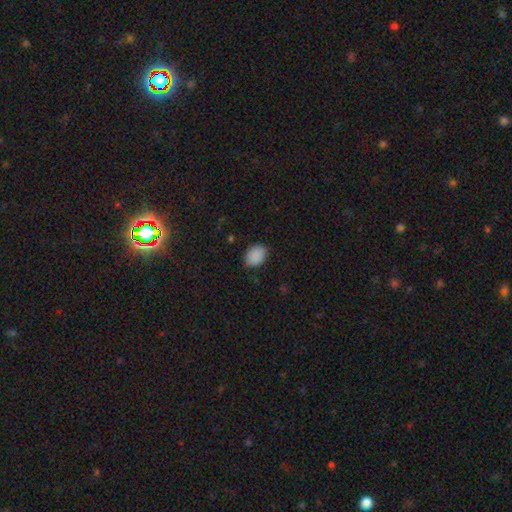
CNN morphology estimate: Smooth or featured: smooth — 88% (star or artifact — 8%)
How rounded: in between — 69% (round — 31%)
Merging: none — 83% (minor disturbance — 14%)